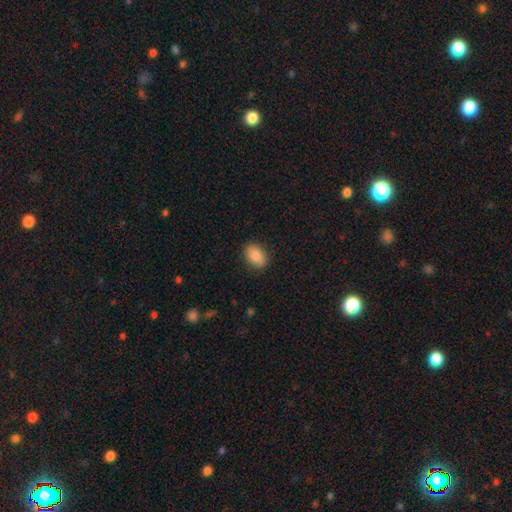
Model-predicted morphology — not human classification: A smooth galaxy with no disk features (85%) that is in between round and cigar-shaped (82%).

Vote fractions:
- Smooth or featured? smooth: 85% / featured or disk: 7% / star or artifact: 7%
- How rounded? in between: 82% / round: 16% / cigar-shaped: 2%
- Merging? none: 87% / minor disturbance: 10% / major disturbance: 2% / merger: 1%